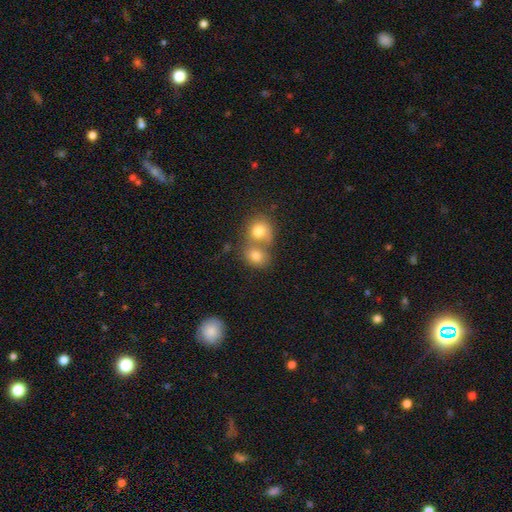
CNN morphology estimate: This appears to be a smooth galaxy with no disk features (78%) that is round (64%). Merging: merger (55%).